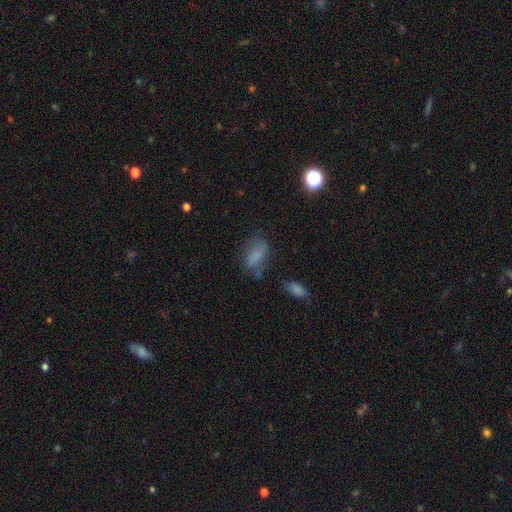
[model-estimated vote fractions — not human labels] Morphology: type=smooth (71%); roundness=in between (84%); merging=none (48%).